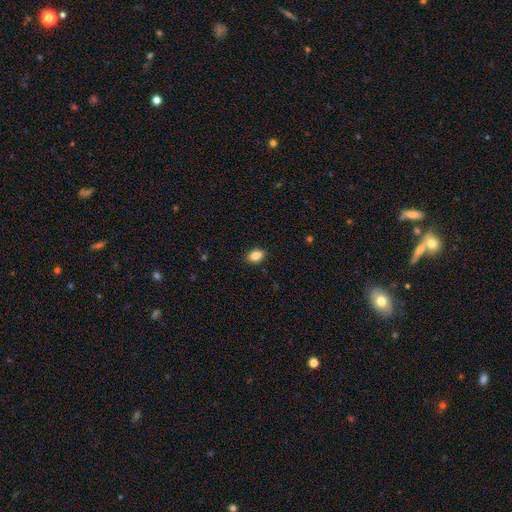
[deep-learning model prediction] Smooth or featured: smooth — 85% (star or artifact — 9%)
How rounded: in between — 79% (round — 20%)
Merging: none — 89% (minor disturbance — 8%)